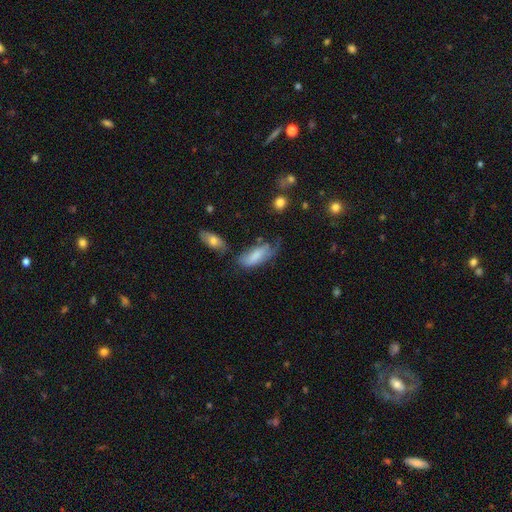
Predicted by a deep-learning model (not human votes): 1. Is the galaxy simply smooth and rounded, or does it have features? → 66% smooth, 26% featured or disk, 7% star or artifact.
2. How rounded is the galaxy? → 80% in between, 18% cigar-shaped, 2% round.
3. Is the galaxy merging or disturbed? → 39% none, 34% minor disturbance, 21% major disturbance, 6% merger.